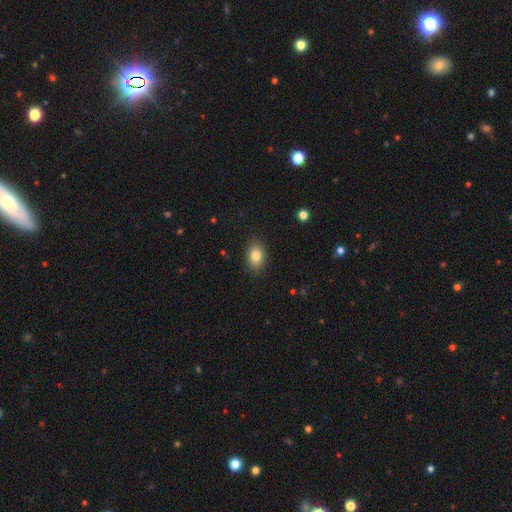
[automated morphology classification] smooth-or-featured: smooth: 82% | star or artifact: 9% | featured or disk: 9%
  how-rounded: in between: 77% | round: 21% | cigar-shaped: 1%
  merging: none: 87% | minor disturbance: 9% | major disturbance: 2% | merger: 1%